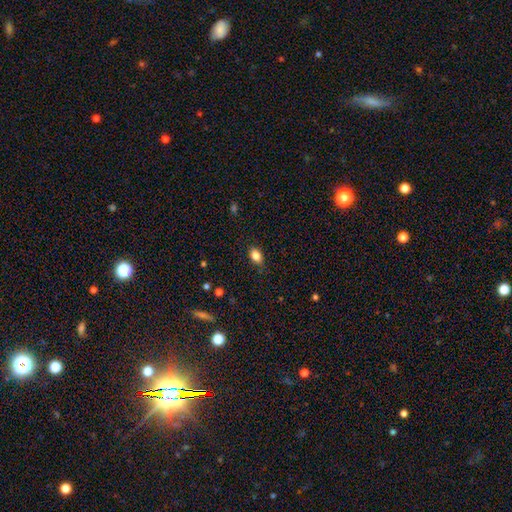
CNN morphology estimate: type=smooth (84%); roundness=in between (85%); merging=none (85%).